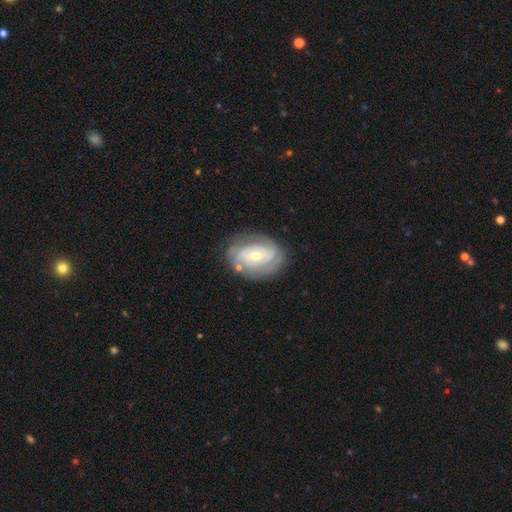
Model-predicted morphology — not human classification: Smooth or featured? Predicted: featured or disk (p=0.77). Edge-on disk? Predicted: no (p=0.96). Bar? Predicted: no (p=0.68). Spiral arms? Predicted: yes (p=0.83). Spiral winding? Predicted: tight (p=0.66). Spiral arm count? Predicted: 2 (p=0.41). Bulge size? Predicted: moderate (p=0.57). Merging? Predicted: none (p=0.71).